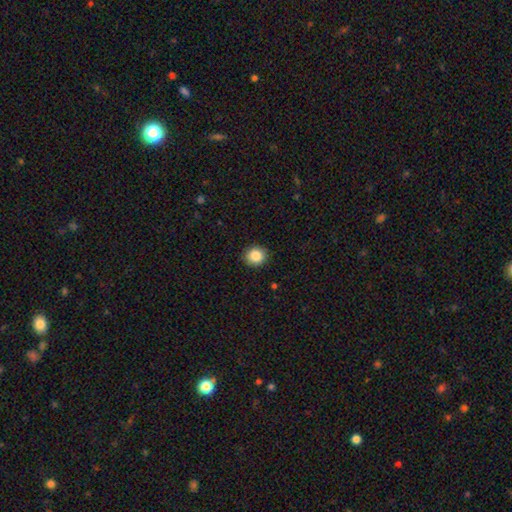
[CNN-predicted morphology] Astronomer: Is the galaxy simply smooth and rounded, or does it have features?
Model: smooth — 87%.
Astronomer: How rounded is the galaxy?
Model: round — 85%.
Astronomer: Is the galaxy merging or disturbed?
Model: none — 91%.